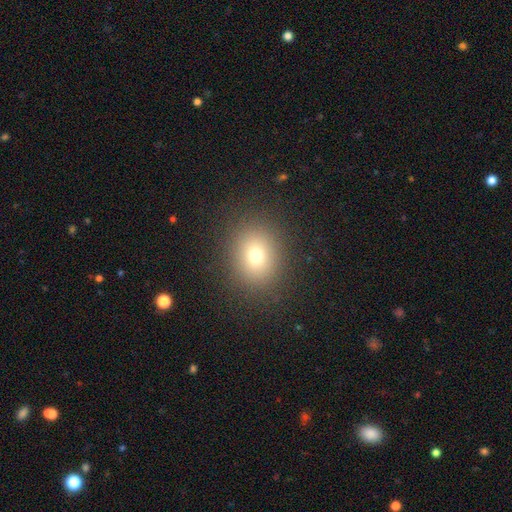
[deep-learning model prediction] Smooth or featured?
  - smooth: 73% *
  - star or artifact: 16%
  - featured or disk: 11%
How rounded?
  - round: 62% *
  - in between: 37%
  - cigar-shaped: 1%
Merging?
  - none: 88% *
  - minor disturbance: 7%
  - major disturbance: 3%
  - merger: 1%